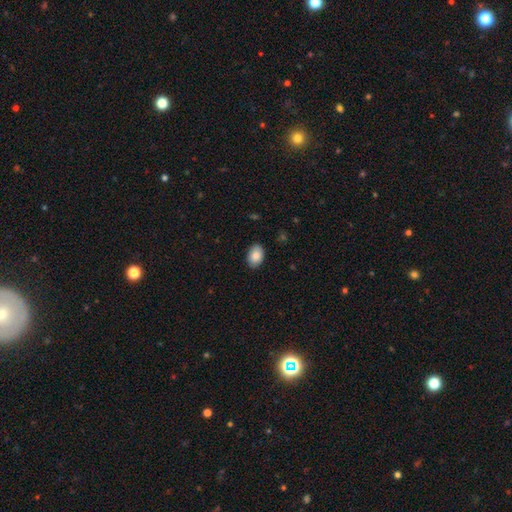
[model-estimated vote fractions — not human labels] smooth_or_featured: smooth (p=0.87) [alt: star or artifact p=0.07]
how_rounded: in between (p=0.86) [alt: round p=0.13]
merging: none (p=0.88) [alt: minor disturbance p=0.09]